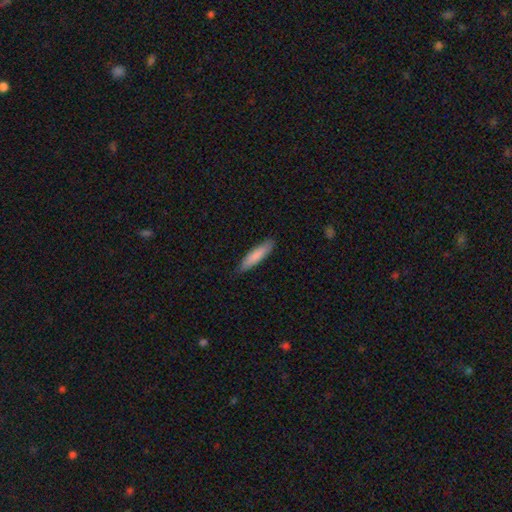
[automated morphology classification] smooth 83%, featured or disk 11%, star or artifact 5%. Down the decision tree: how rounded — cigar-shaped (79%); merging — none (87%).